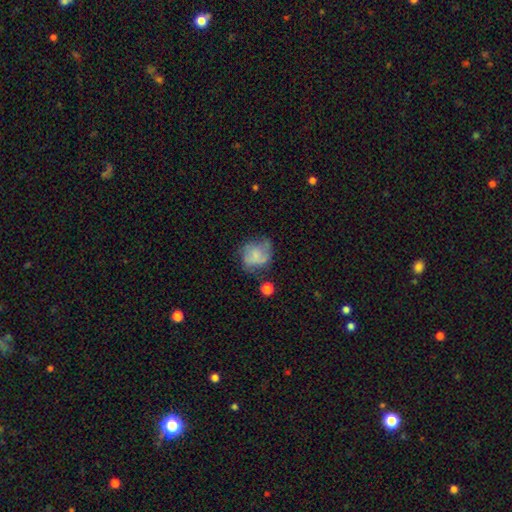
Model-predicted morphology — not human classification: Smooth or featured?
  - smooth: 55% *
  - featured or disk: 35%
  - star or artifact: 10%
How rounded?
  - round: 66% *
  - in between: 33%
  - cigar-shaped: 1%
Merging?
  - none: 45% *
  - minor disturbance: 29%
  - major disturbance: 20%
  - merger: 6%